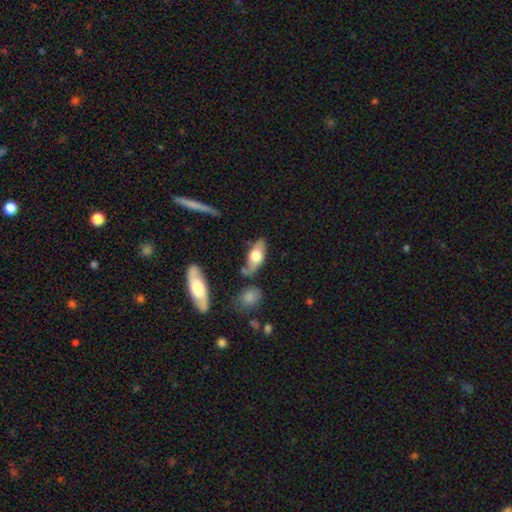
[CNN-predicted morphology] smooth 54%, featured or disk 40%, star or artifact 6%. Down the decision tree: how rounded — in between (77%); merging — none (66%).